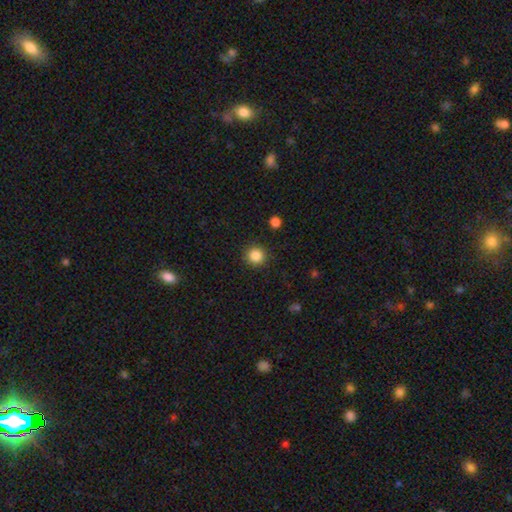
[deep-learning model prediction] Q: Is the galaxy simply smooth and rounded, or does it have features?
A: smooth — 86%.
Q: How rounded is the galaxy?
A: round — 93%.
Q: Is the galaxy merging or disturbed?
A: none — 91%.